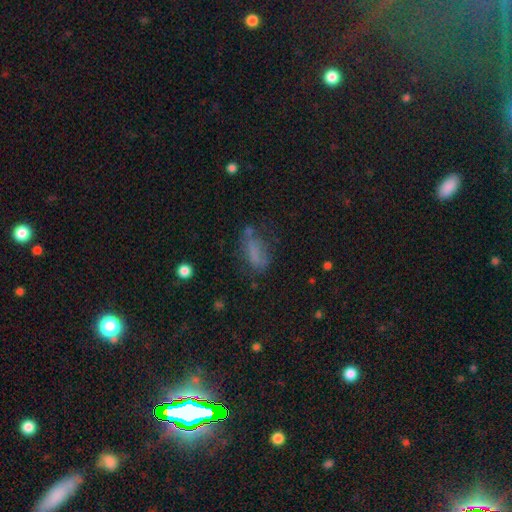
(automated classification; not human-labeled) Smooth or featured? smooth (65%)
How rounded? in between (79%)
Merging? none (43%)